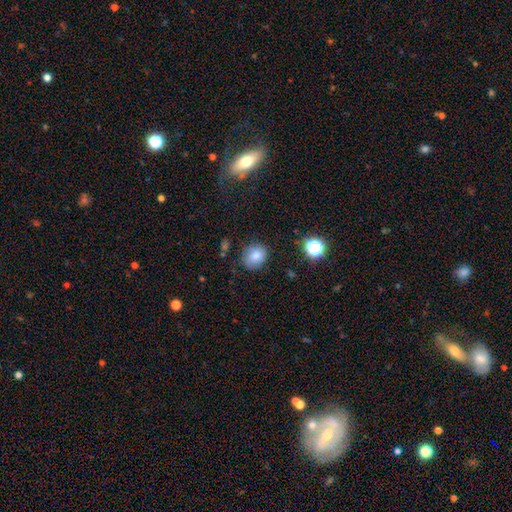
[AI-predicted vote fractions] smooth_or_featured: smooth (p=0.81) [alt: star or artifact p=0.11]
how_rounded: round (p=0.65) [alt: in between p=0.34]
merging: none (p=0.77) [alt: minor disturbance p=0.16]